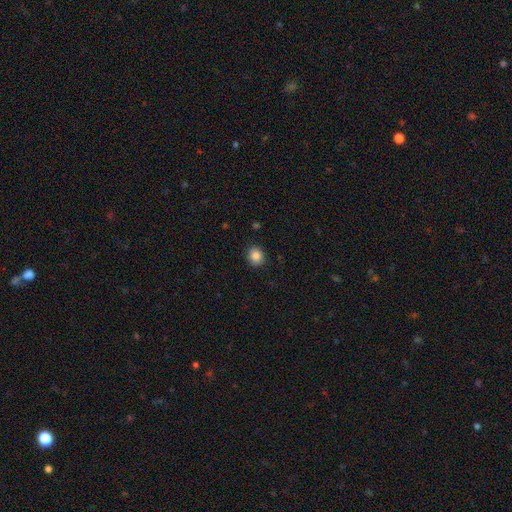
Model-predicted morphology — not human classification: smooth-or-featured: smooth: 85% | star or artifact: 9% | featured or disk: 5%
  how-rounded: round: 73% | in between: 26% | cigar-shaped: 1%
  merging: none: 90% | minor disturbance: 7% | major disturbance: 2% | merger: 1%